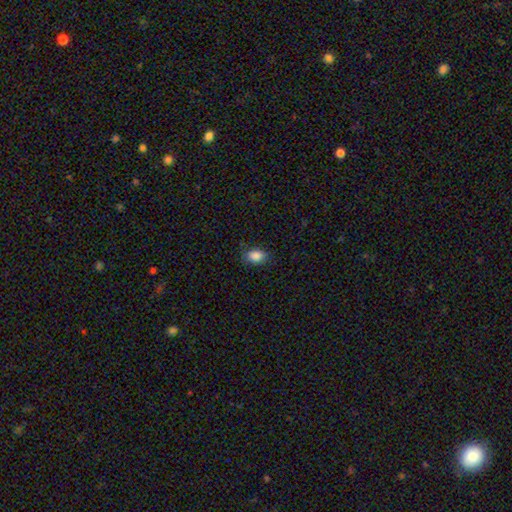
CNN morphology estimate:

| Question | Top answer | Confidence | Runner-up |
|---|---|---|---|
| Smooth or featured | smooth | 87% | star or artifact (9%) |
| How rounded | in between | 78% | round (20%) |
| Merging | none | 80% | minor disturbance (16%) |